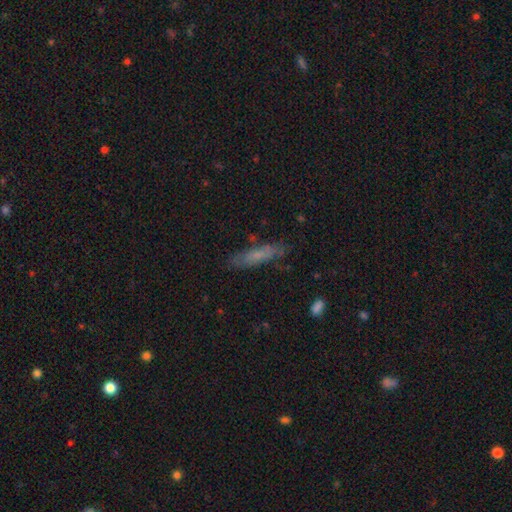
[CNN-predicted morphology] This appears to be a smooth galaxy with no disk features (63%) that is cigar-shaped (79%). Merging: none (79%).